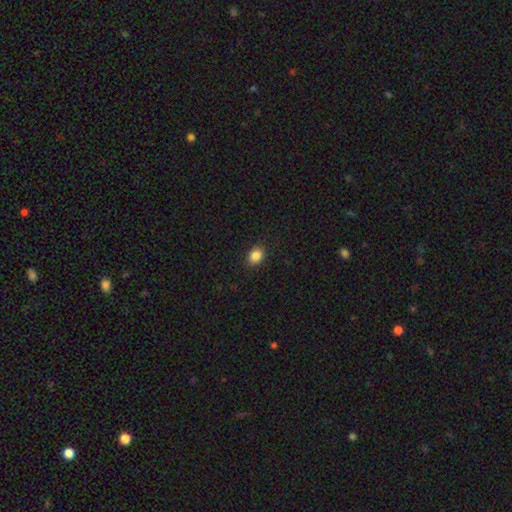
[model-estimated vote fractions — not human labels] This is clearly a smooth galaxy (86%). How rounded: possibly in between (59%). Merging: clearly none (89%).